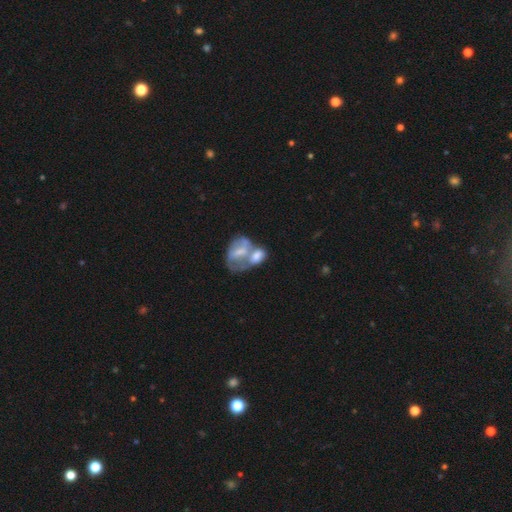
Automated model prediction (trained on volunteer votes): Smooth or featured: featured or disk — 57% (smooth — 27%)
Edge-on disk: no — 95% (yes — 5%)
Bar: no — 57% (weak — 30%)
Spiral arms: yes — 52% (no — 48%)
Bulge size: small — 44% (moderate — 36%)
Merging: merger — 51% (none — 30%)